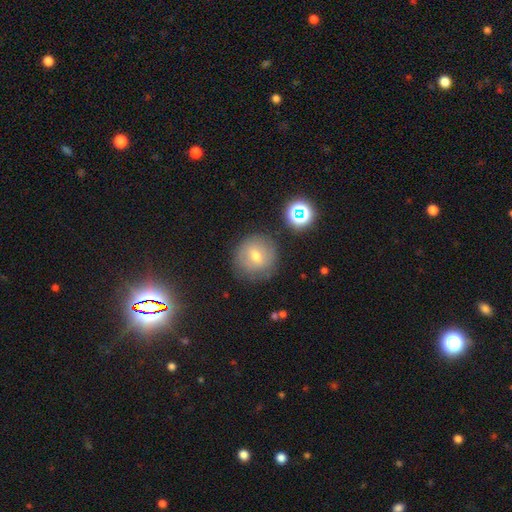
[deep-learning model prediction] smooth 59%, featured or disk 27%, star or artifact 14%. Down the decision tree: how rounded — round (92%); merging — none (79%).